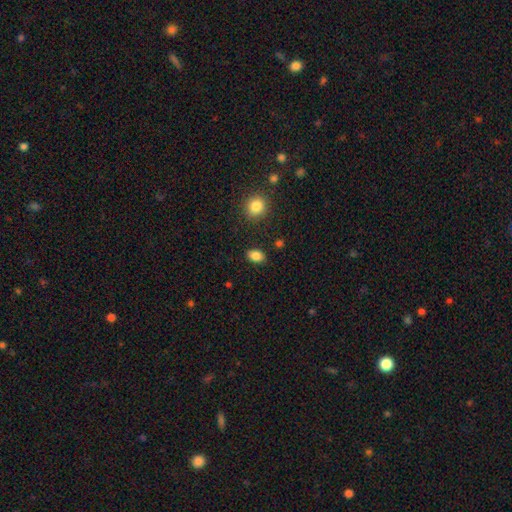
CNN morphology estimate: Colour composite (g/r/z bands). It shows a smooth galaxy with no disk features (86%) that is in between round and cigar-shaped (83%). Merging: none (86%).